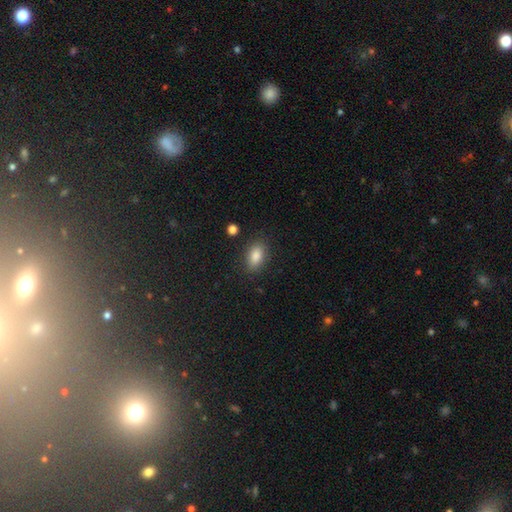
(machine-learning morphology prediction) Smooth or featured?
  - smooth: 86% *
  - star or artifact: 8%
  - featured or disk: 5%
How rounded?
  - in between: 88% *
  - round: 8%
  - cigar-shaped: 3%
Merging?
  - none: 85% *
  - minor disturbance: 10%
  - major disturbance: 3%
  - merger: 2%